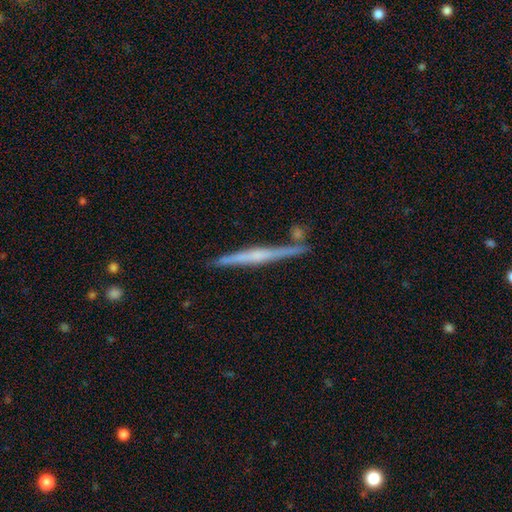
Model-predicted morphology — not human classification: Smooth or featured: featured or disk — 70% (smooth — 24%)
Edge-on disk: yes — 98% (no — 2%)
Edge-on bulge: rounded — 45% (none — 39%)
Merging: none — 83% (minor disturbance — 10%)